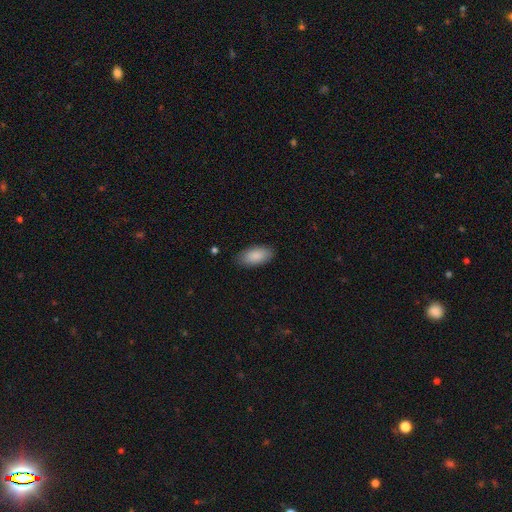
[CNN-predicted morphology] This is clearly a smooth galaxy (89%). How rounded: clearly in between (92%). Merging: clearly none (86%).